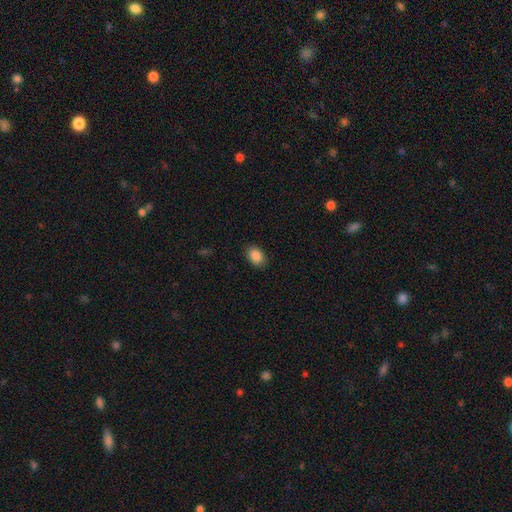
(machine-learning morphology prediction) Smooth or featured? Predicted: smooth (p=0.88). How rounded? Predicted: in between (p=0.78). Merging? Predicted: none (p=0.87).